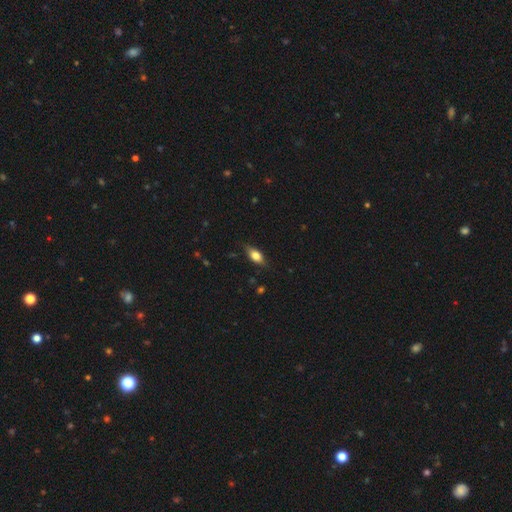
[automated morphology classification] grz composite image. It shows a smooth galaxy with no disk features (71%) that is in between round and cigar-shaped (83%). Merging: none (79%).